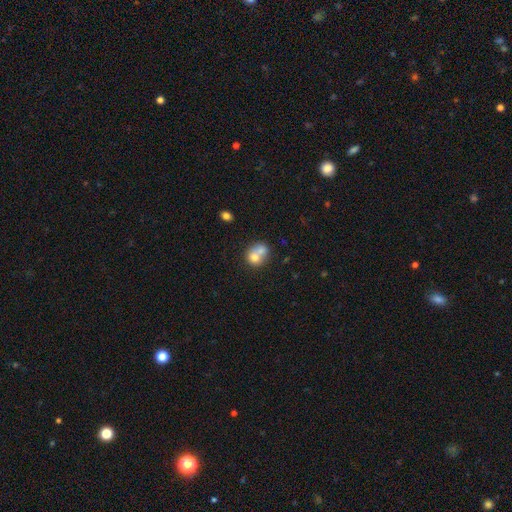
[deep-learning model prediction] smooth_or_featured: smooth (p=0.67) [alt: featured or disk p=0.24]
how_rounded: round (p=0.61) [alt: in between p=0.38]
merging: merger (p=0.66) [alt: none p=0.23]